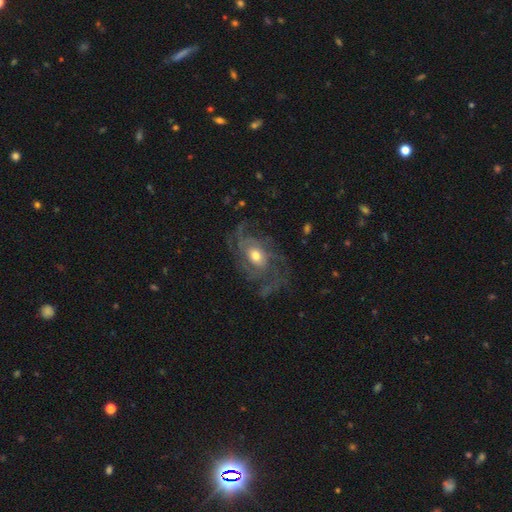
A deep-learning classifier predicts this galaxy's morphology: featured or disk 84%, smooth 10%, star or artifact 6%. Down the decision tree: edge-on disk — no (96%); bar — no (72%); spiral arms — yes (92%); spiral arm count — can't tell (32%); spiral winding — tight (42%); bulge size — moderate (67%); merging — none (62%).